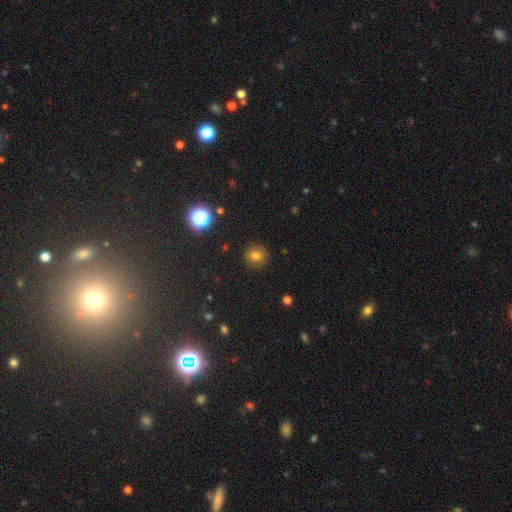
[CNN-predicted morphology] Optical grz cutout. It shows a smooth galaxy with no disk features (73%) that is round (88%). Merging: none (88%).